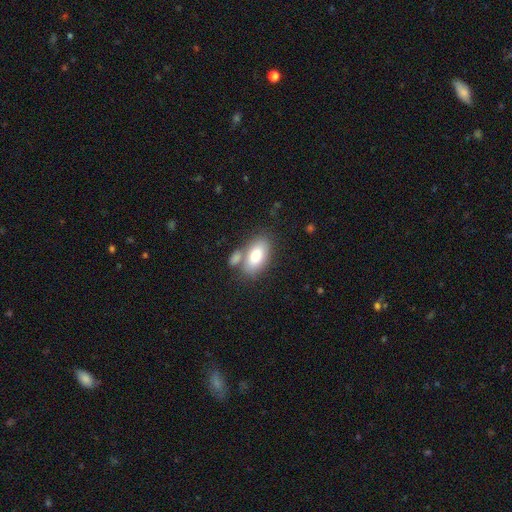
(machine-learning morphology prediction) A smooth galaxy with no disk features (78%) that is in between round and cigar-shaped (92%). Merging: none (57%).